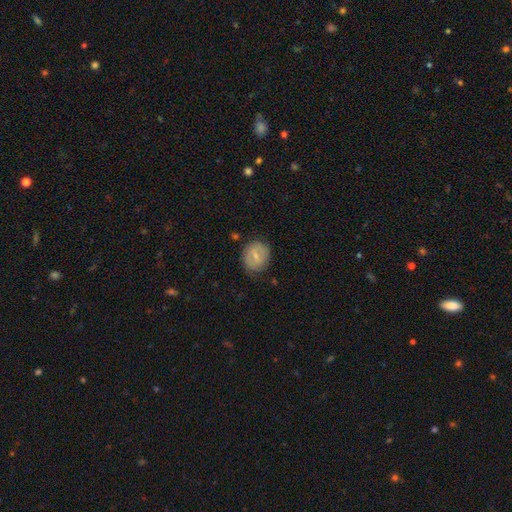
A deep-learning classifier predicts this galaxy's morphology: This appears to be a smooth galaxy with no disk features (59%) that is round (71%). Merging: none (77%).